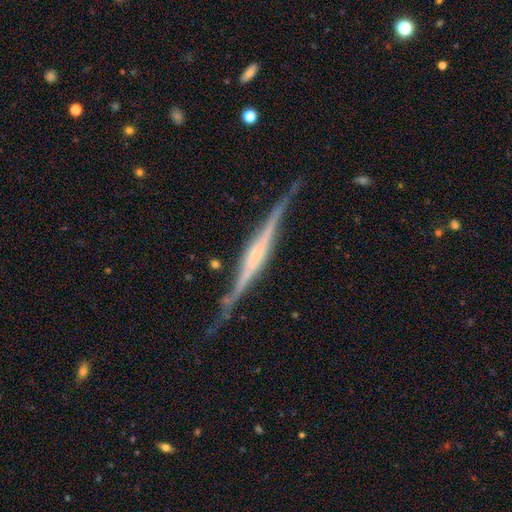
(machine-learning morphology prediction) smooth-or-featured: featured or disk: 84% | smooth: 10% | star or artifact: 5%
  disk-edge-on: yes: 97% | no: 3%
    edge-on-bulge: boxy: 43% | rounded: 37% | none: 19%
  merging: none: 79% | minor disturbance: 16% | major disturbance: 4% | merger: 2%